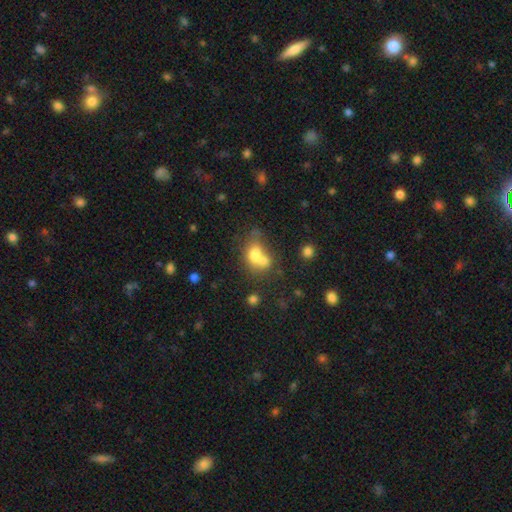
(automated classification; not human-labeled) The model was most divided on "how rounded": in between: 61%, round: 37%, cigar-shaped: 2%. More confident: smooth or featured — smooth (69%); merging — merger (60%).